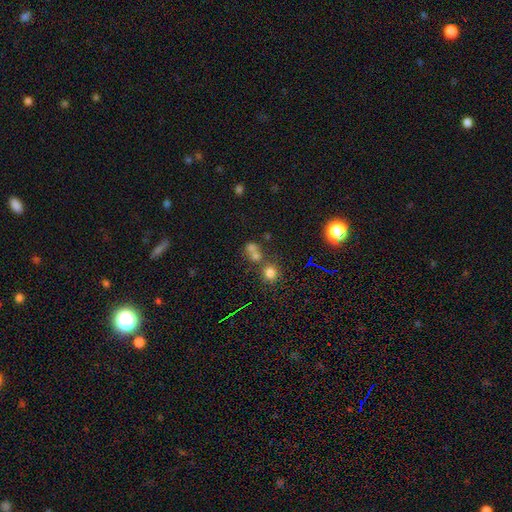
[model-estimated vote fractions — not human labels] A smooth galaxy with no disk features (50%). Merging: none (50%).